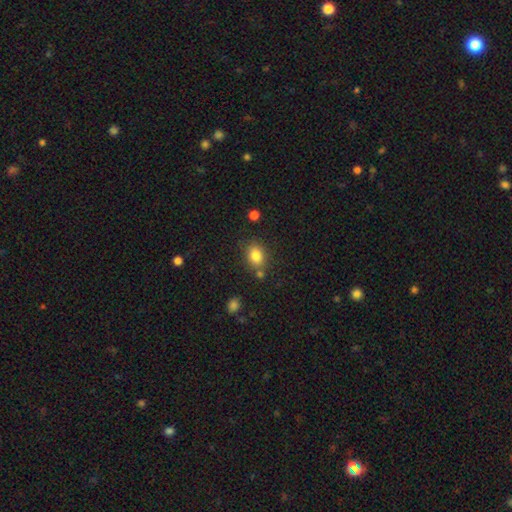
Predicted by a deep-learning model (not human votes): smooth 82%, star or artifact 10%, featured or disk 7%. Down the decision tree: how rounded — in between (57%); merging — none (73%).